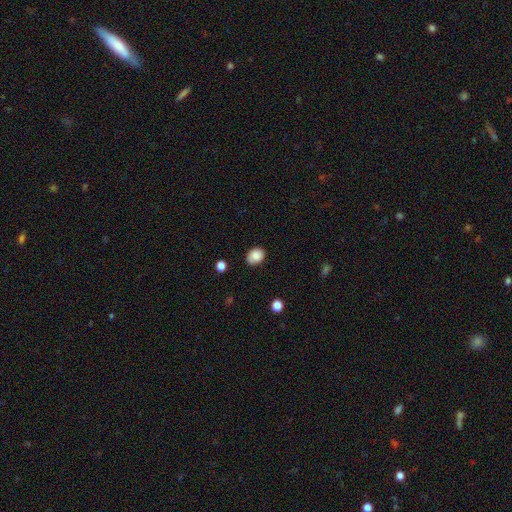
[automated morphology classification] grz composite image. It shows a smooth galaxy with no disk features (85%) that is in between round and cigar-shaped (59%). Merging: none (79%).